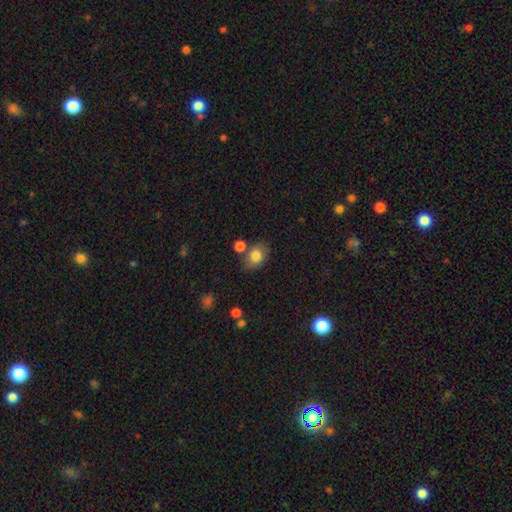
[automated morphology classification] A smooth galaxy with no disk features (82%) that is in between round and cigar-shaped (64%). Merging: none (66%).